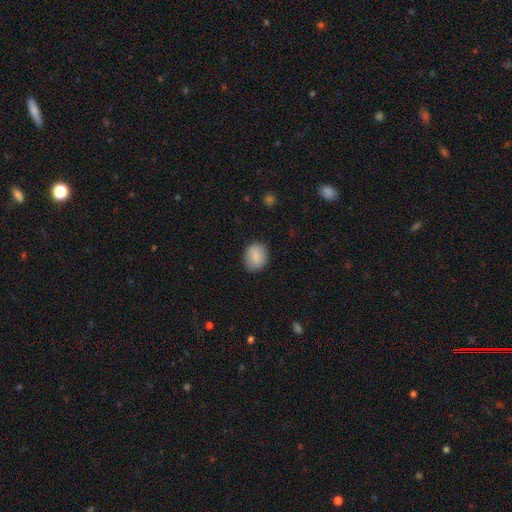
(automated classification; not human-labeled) The model was most divided on "how rounded": round: 59%, in between: 40%, cigar-shaped: 1%. More confident: smooth or featured — smooth (85%); merging — none (84%).